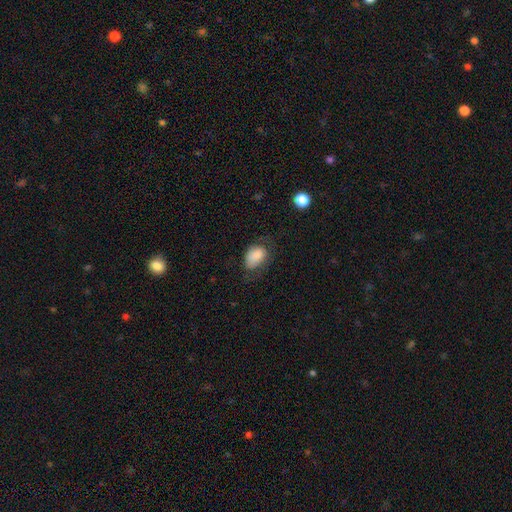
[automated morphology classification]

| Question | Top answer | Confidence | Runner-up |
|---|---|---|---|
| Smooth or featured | smooth | 80% | featured or disk (12%) |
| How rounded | in between | 83% | round (16%) |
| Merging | none | 46% | minor disturbance (31%) |